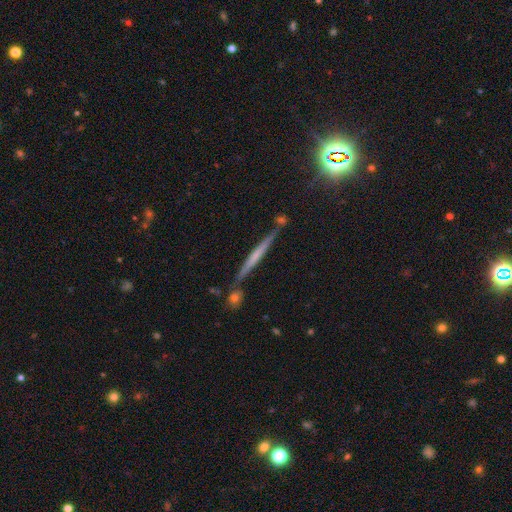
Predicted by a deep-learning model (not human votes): A featured or disk galaxy (58%) viewed edge-on (96%) with no central bulge (70%). Merging: none (77%).